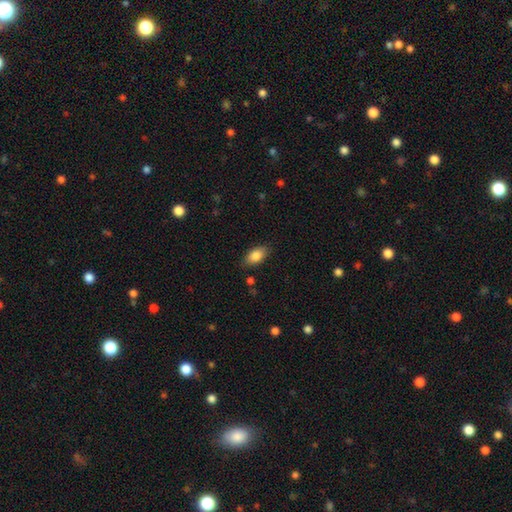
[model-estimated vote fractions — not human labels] This appears to be a smooth galaxy with no disk features (84%) that is in between round and cigar-shaped (91%). Merging: none (85%).